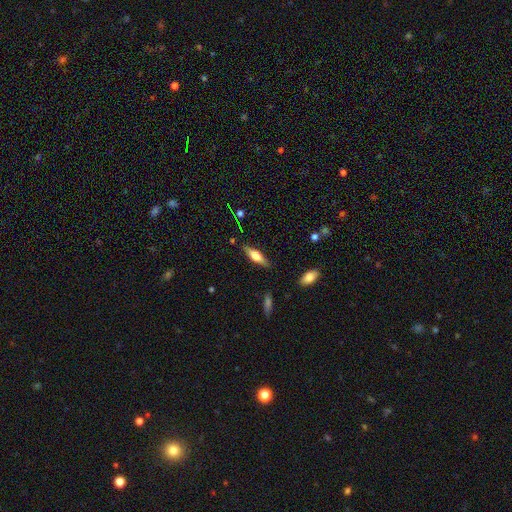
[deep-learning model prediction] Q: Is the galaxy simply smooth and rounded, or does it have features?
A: featured or disk — 49%.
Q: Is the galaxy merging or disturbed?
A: none — 84%.